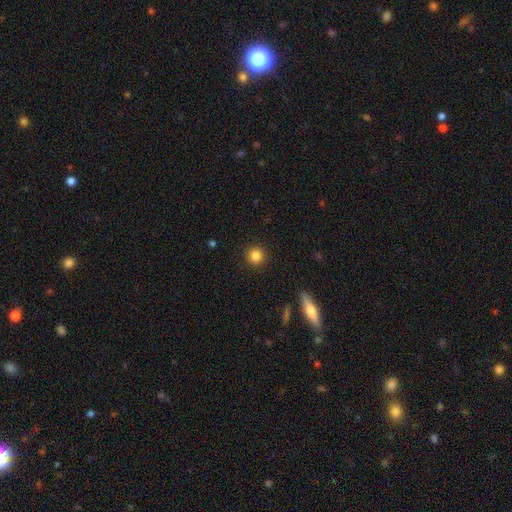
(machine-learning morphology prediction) smooth_or_featured: smooth (p=0.84) [alt: star or artifact p=0.11]
how_rounded: round (p=0.95) [alt: in between p=0.04]
merging: none (p=0.92) [alt: minor disturbance p=0.05]